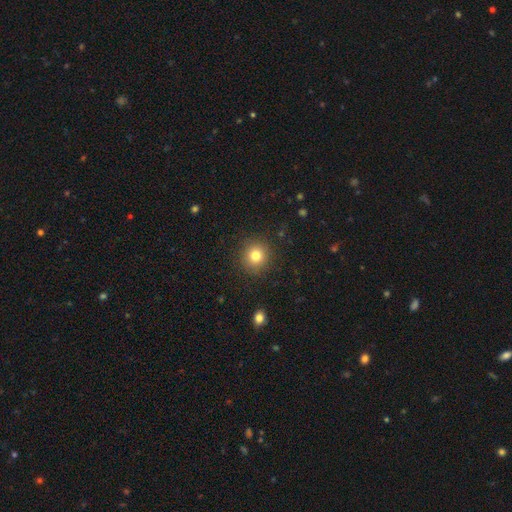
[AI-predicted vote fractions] Smooth or featured? smooth (80%)
How rounded? round (93%)
Merging? none (90%)